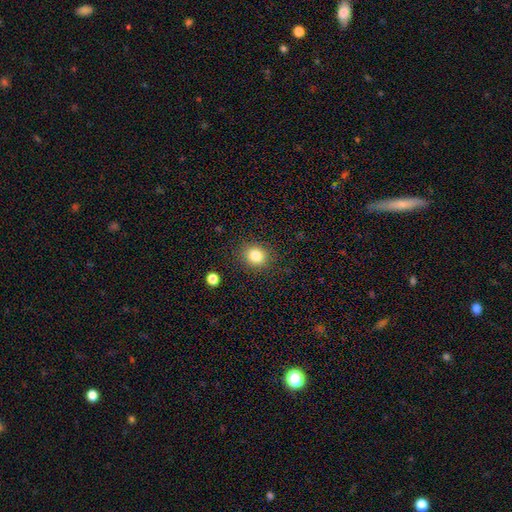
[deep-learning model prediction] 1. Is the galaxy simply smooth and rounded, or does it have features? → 83% smooth, 11% star or artifact, 6% featured or disk.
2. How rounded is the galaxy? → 75% round, 24% in between, 1% cigar-shaped.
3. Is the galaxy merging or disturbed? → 87% none, 9% minor disturbance, 3% major disturbance, 2% merger.